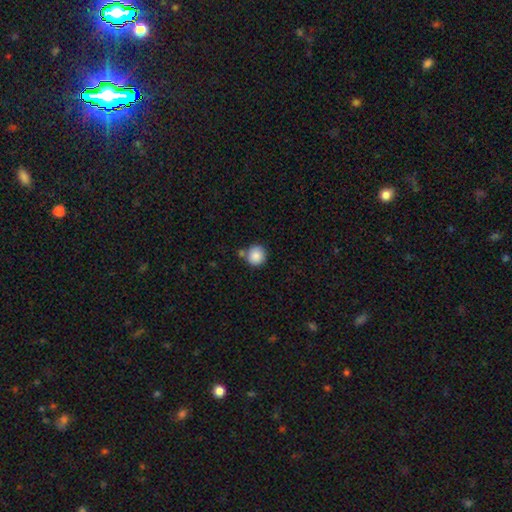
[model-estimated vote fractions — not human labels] A smooth galaxy with no disk features (87%) that is round (91%). Merging: none (70%).